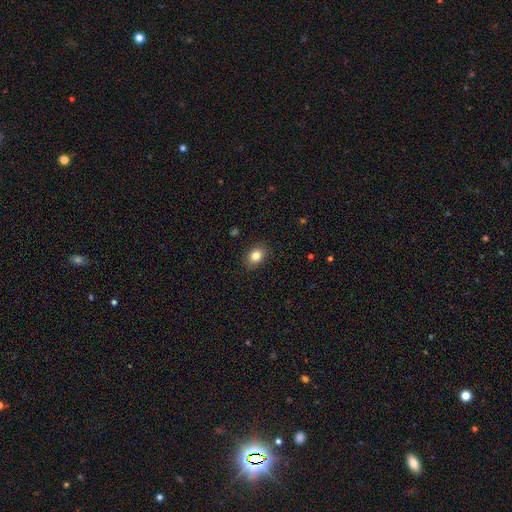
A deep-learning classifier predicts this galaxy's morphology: Smooth or featured? smooth (83%)
How rounded? in between (65%)
Merging? none (88%)